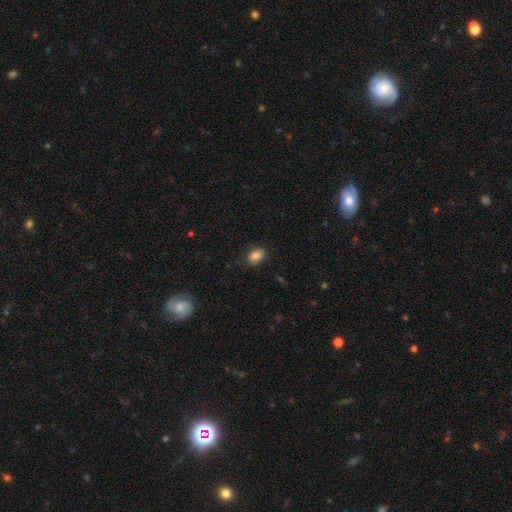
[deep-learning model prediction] Q: Smooth or featured?
A: smooth (85%); runner-up: star or artifact (9%)
Q: How rounded?
A: in between (80%); runner-up: round (19%)
Q: Merging?
A: none (81%); runner-up: minor disturbance (14%)